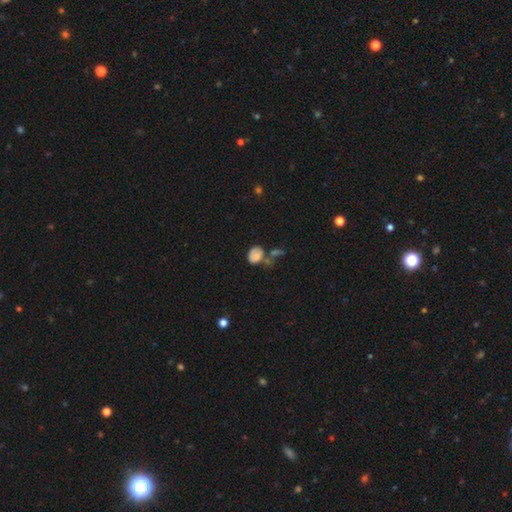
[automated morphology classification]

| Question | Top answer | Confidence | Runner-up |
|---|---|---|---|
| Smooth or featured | smooth | 72% | featured or disk (18%) |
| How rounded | in between | 65% | round (34%) |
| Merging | none | 36% | merger (31%) |